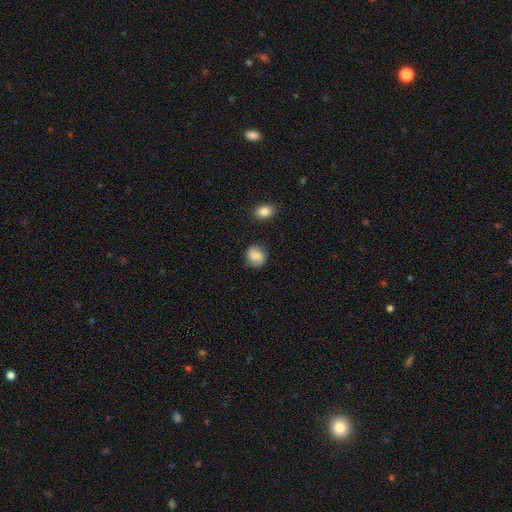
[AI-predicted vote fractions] A smooth galaxy with no disk features (73%) that is round (70%). Merging: none (77%).